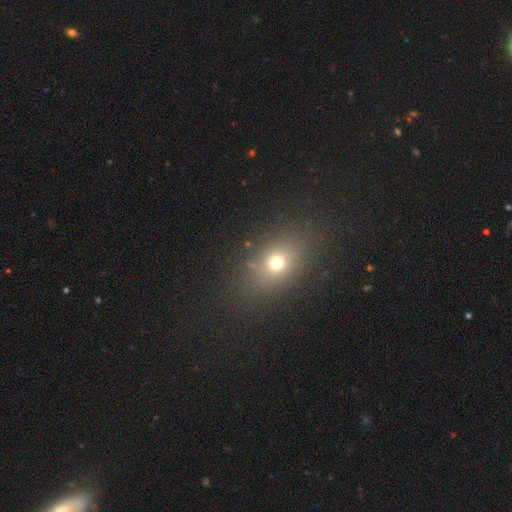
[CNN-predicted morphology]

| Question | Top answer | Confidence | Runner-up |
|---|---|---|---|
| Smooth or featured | smooth | 60% | star or artifact (28%) |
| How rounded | in between | 69% | round (27%) |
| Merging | none | 89% | minor disturbance (7%) |